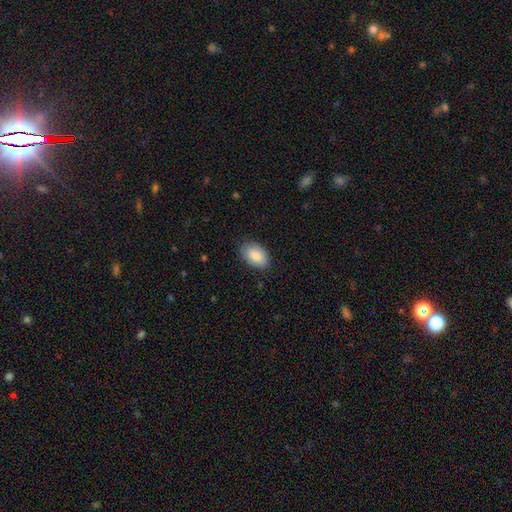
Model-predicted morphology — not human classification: smooth 88%, star or artifact 6%, featured or disk 6%. Down the decision tree: how rounded — in between (92%); merging — none (83%).